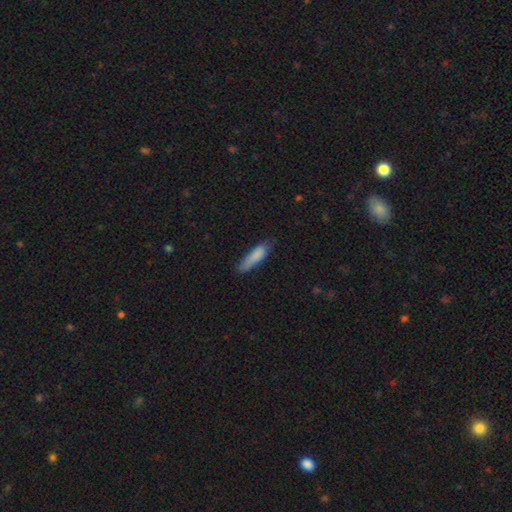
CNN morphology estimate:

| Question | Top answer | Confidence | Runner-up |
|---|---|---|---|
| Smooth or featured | smooth | 83% | featured or disk (11%) |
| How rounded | cigar-shaped | 71% | in between (27%) |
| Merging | none | 66% | minor disturbance (27%) |